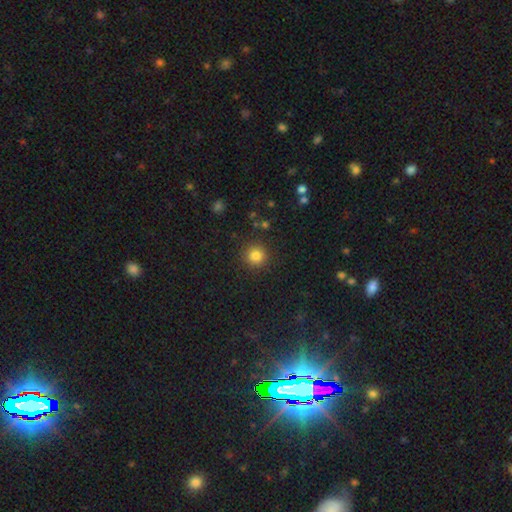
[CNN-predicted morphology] This appears to be a smooth galaxy with no disk features (83%) that is round (93%). Merging: none (89%).